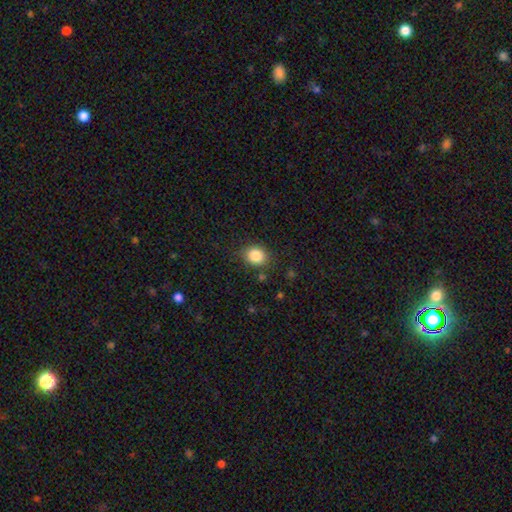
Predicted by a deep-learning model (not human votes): Smooth or featured: smooth — 85% (star or artifact — 10%)
How rounded: round — 67% (in between — 32%)
Merging: none — 82% (minor disturbance — 12%)